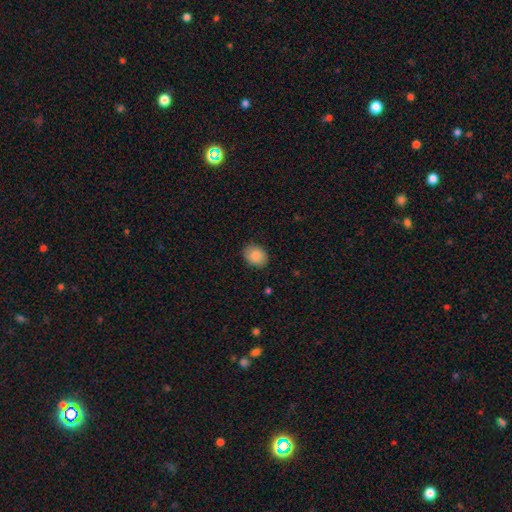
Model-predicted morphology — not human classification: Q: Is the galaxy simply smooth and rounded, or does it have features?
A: smooth — 87%.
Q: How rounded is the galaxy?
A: in between — 55%.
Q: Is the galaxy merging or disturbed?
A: none — 86%.